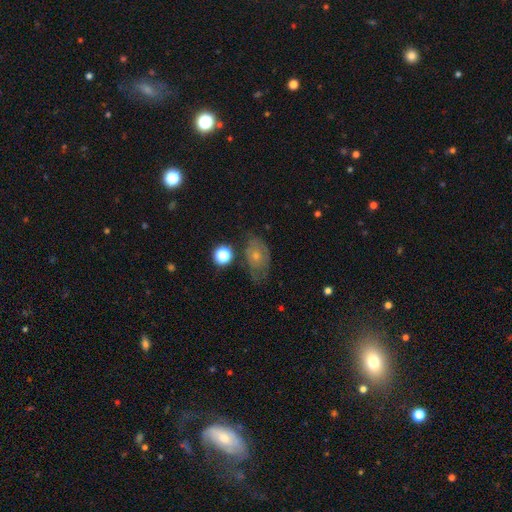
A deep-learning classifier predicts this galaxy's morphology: This is possibly a featured or disk galaxy (47%). Merging: likely none (64%).